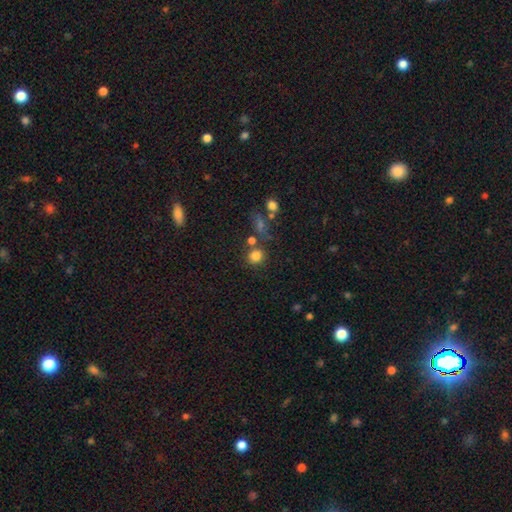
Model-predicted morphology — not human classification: A smooth galaxy with no disk features (80%) that is round (87%).

Vote fractions:
- Smooth or featured? smooth: 80% / star or artifact: 13% / featured or disk: 7%
- How rounded? round: 87% / in between: 12% / cigar-shaped: 1%
- Merging? none: 69% / merger: 15% / minor disturbance: 11% / major disturbance: 5%